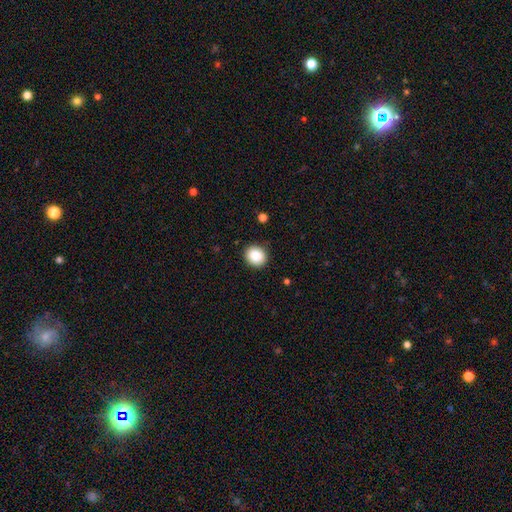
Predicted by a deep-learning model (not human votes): Q: Smooth or featured?
A: smooth (85%); runner-up: star or artifact (9%)
Q: How rounded?
A: round (77%); runner-up: in between (22%)
Q: Merging?
A: none (90%); runner-up: minor disturbance (7%)